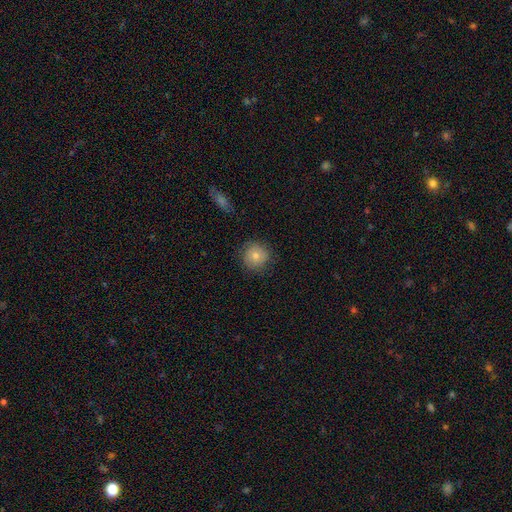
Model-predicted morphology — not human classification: A smooth galaxy with no disk features (76%) that is round (92%).

Vote fractions:
- Smooth or featured? smooth: 76% / featured or disk: 16% / star or artifact: 9%
- How rounded? round: 92% / in between: 7% / cigar-shaped: 1%
- Merging? none: 83% / minor disturbance: 12% / major disturbance: 3% / merger: 1%